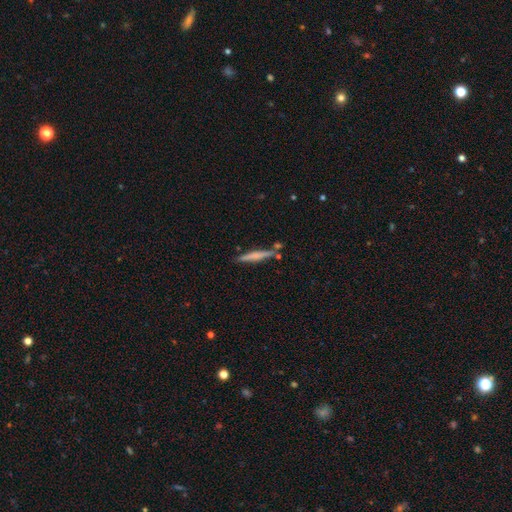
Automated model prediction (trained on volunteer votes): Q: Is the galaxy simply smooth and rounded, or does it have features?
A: smooth — 55%.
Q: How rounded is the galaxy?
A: cigar-shaped — 94%.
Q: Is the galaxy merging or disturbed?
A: none — 79%.